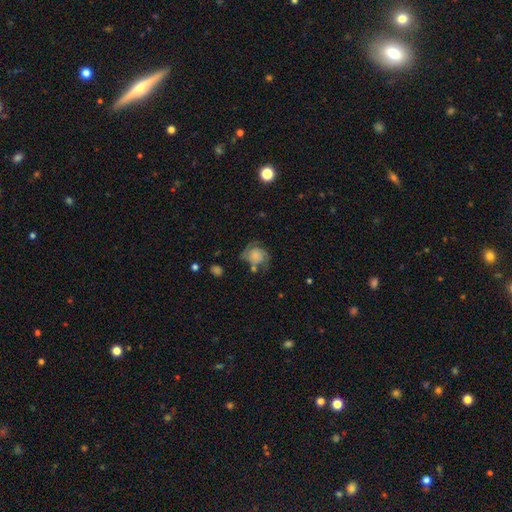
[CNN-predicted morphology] Smooth or featured?
  - featured or disk: 54% *
  - smooth: 38%
  - star or artifact: 9%
Edge-on disk?
  - no: 97% *
  - yes: 3%
Bar?
  - no: 78% *
  - weak: 18%
  - strong: 4%
Spiral arms?
  - yes: 82% *
  - no: 18%
Bulge size?
  - none: 33% *
  - small: 30%
  - moderate: 16%
  - large: 14%
  - dominant: 7%
Merging?
  - none: 44% *
  - minor disturbance: 25%
  - major disturbance: 23%
  - merger: 8%